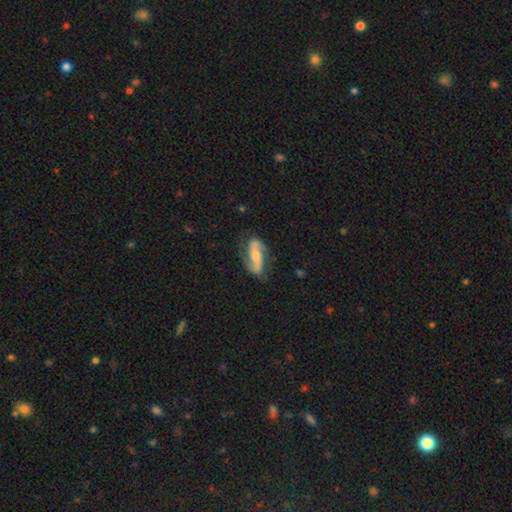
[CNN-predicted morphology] Q: Smooth or featured?
A: featured or disk (76%); runner-up: smooth (18%)
Q: Edge-on disk?
A: no (93%); runner-up: yes (7%)
Q: Bar?
A: no (40%); runner-up: weak (30%)
Q: Spiral arms?
A: yes (93%); runner-up: no (7%)
Q: Spiral winding?
A: loose (51%); runner-up: medium (35%)
Q: Spiral arm count?
A: 2 (91%); runner-up: can't tell (4%)
Q: Bulge size?
A: moderate (51%); runner-up: small (38%)
Q: Merging?
A: none (76%); runner-up: minor disturbance (16%)